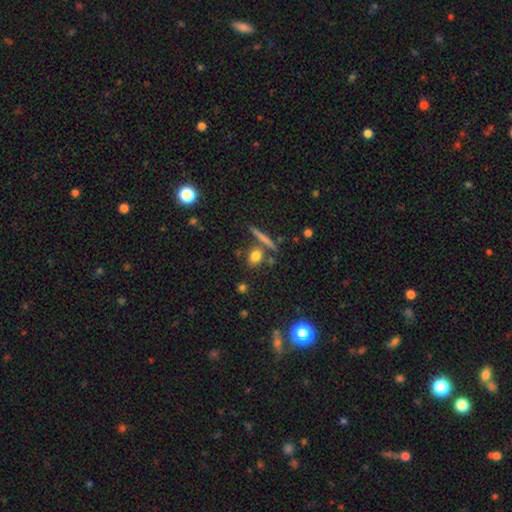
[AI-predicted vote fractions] Smooth or featured? smooth (76%)
How rounded? round (56%)
Merging? none (74%)